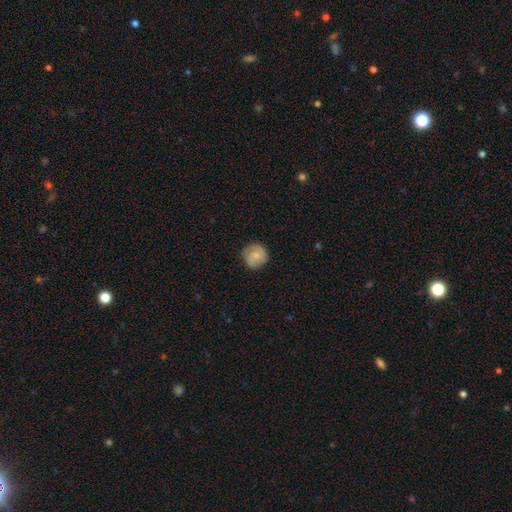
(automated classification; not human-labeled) Smooth or featured? smooth (68%)
How rounded? round (91%)
Merging? none (78%)